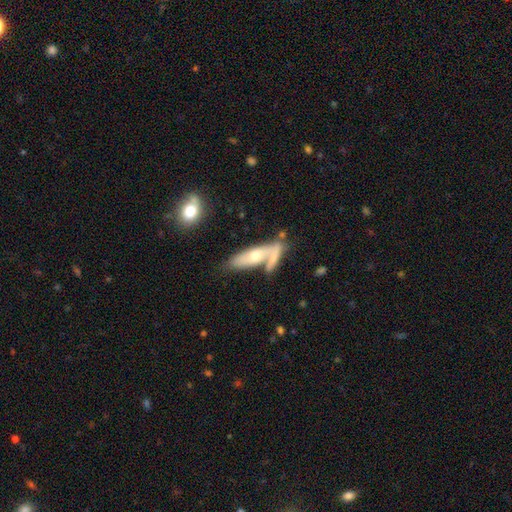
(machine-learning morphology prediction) type=featured or disk (47%); merging=merger (37%).